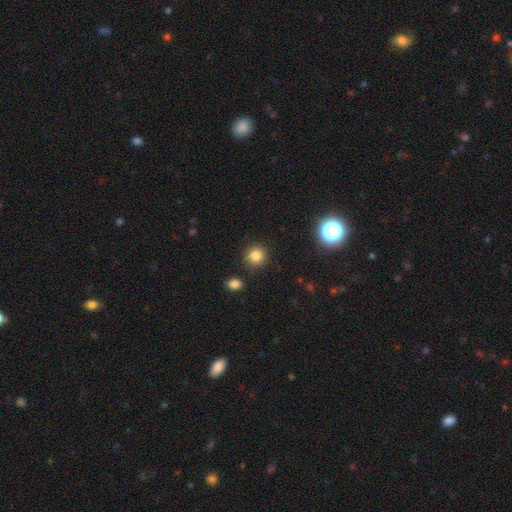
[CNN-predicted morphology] A smooth galaxy with no disk features (83%) that is round (90%). Merging: none (88%).